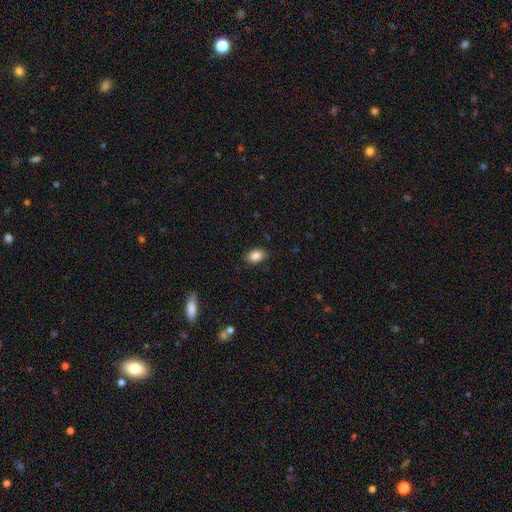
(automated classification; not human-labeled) A smooth galaxy with no disk features (87%) that is in between round and cigar-shaped (86%). Merging: none (86%).